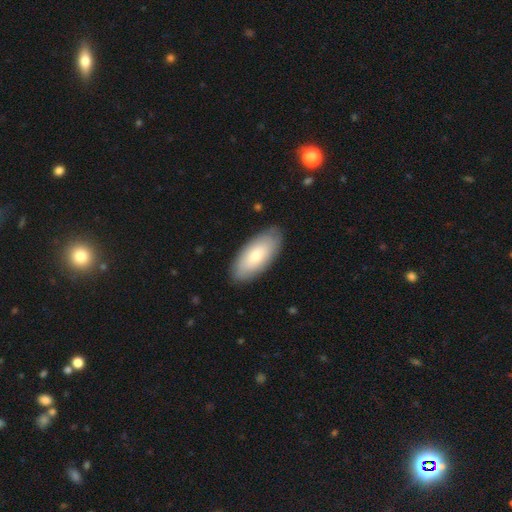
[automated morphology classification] smooth-or-featured: smooth: 69% | featured or disk: 25% | star or artifact: 5%
  how-rounded: in between: 90% | cigar-shaped: 7% | round: 2%
  merging: none: 85% | minor disturbance: 11% | major disturbance: 2% | merger: 1%